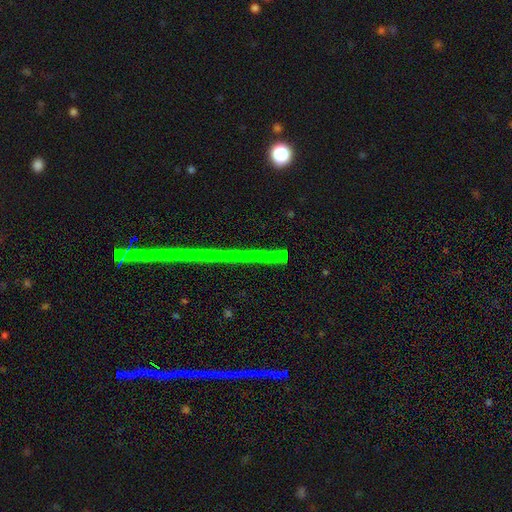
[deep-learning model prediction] Morphology: type=star or artifact (75%).